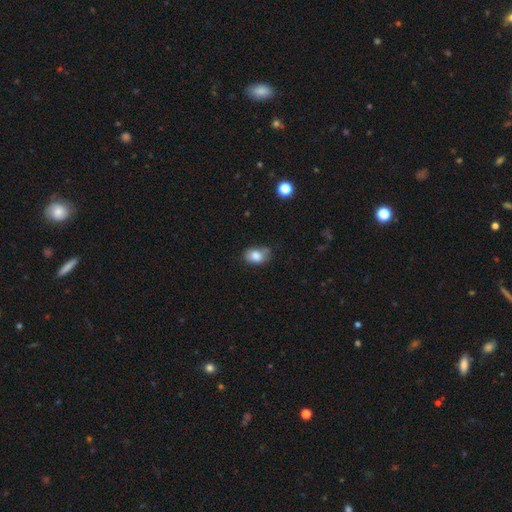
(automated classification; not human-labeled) smooth-or-featured: smooth: 82% | star or artifact: 9% | featured or disk: 9%
  how-rounded: in between: 75% | round: 24% | cigar-shaped: 1%
  merging: none: 54% | minor disturbance: 33% | major disturbance: 8% | merger: 6%